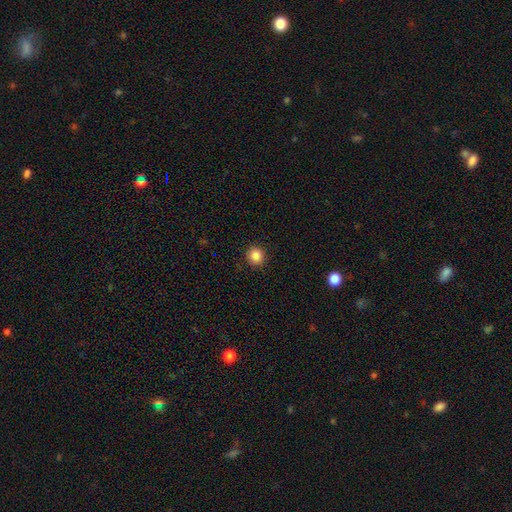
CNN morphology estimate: smooth 87%, star or artifact 10%, featured or disk 3%. Down the decision tree: how rounded — round (92%); merging — none (91%).